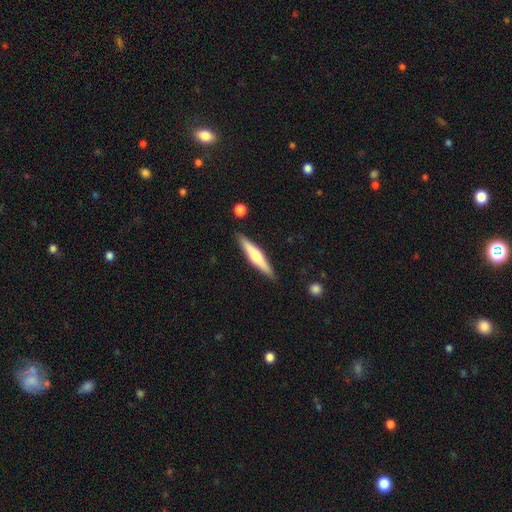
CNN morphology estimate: Q: Smooth or featured?
A: featured or disk (50%); runner-up: smooth (44%)
Q: Edge-on disk?
A: yes (96%); runner-up: no (4%)
Q: Merging?
A: none (89%); runner-up: minor disturbance (8%)